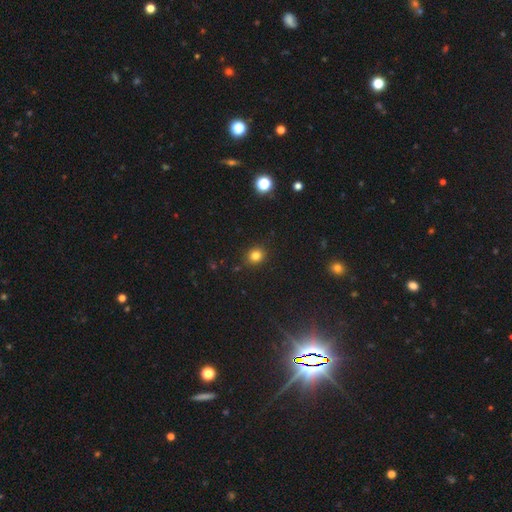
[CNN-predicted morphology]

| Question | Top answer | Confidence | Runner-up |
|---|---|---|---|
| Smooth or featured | smooth | 81% | star or artifact (14%) |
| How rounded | round | 82% | in between (17%) |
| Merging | none | 89% | minor disturbance (7%) |